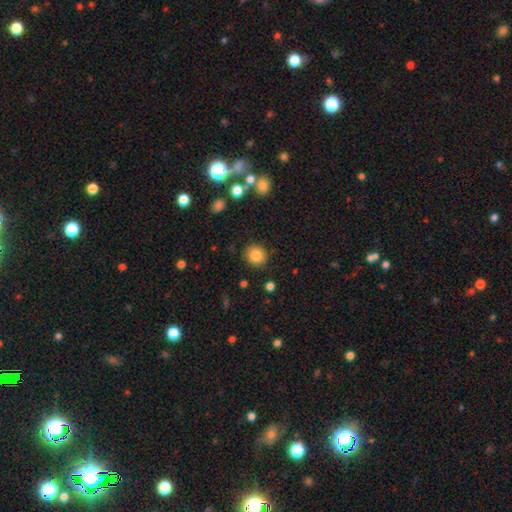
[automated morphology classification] This is clearly a smooth galaxy (84%). How rounded: clearly round (83%). Merging: clearly none (88%).